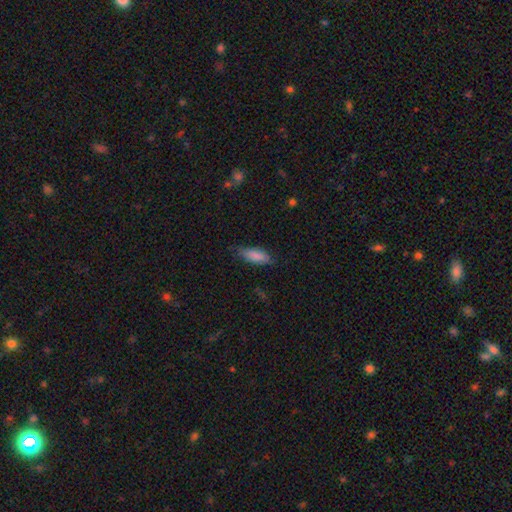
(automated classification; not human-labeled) Smooth or featured: smooth — 85% (featured or disk — 8%)
How rounded: in between — 69% (cigar-shaped — 29%)
Merging: none — 73% (minor disturbance — 21%)